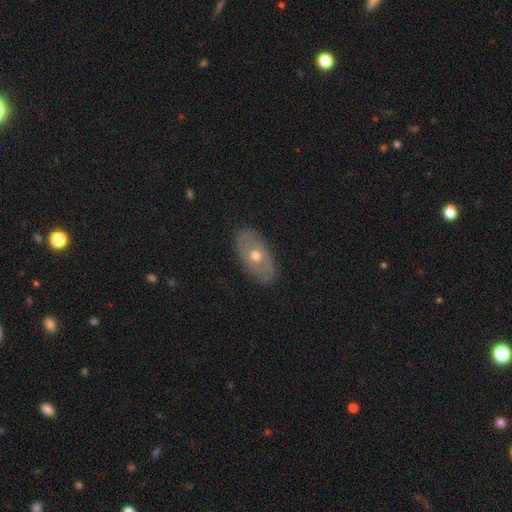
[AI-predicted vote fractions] A featured or disk galaxy (56%).

Vote fractions:
- Smooth or featured? featured or disk: 56% / smooth: 38% / star or artifact: 7%
- Edge-on disk? no: 86% / yes: 14%
- Merging? none: 84% / minor disturbance: 12% / major disturbance: 3% / merger: 1%